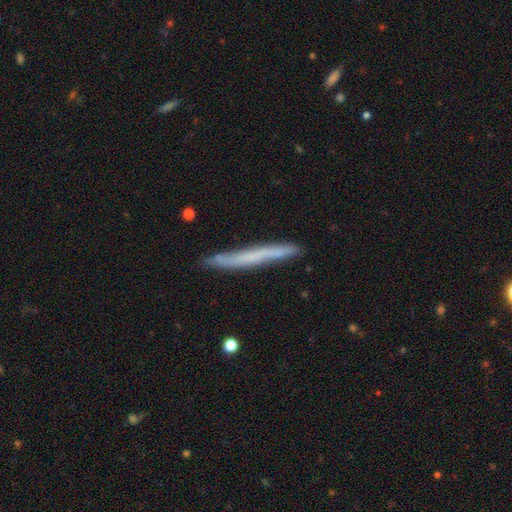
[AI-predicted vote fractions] smooth-or-featured: smooth: 51% | featured or disk: 42% | star or artifact: 7%
  how-rounded: cigar-shaped: 97% | in between: 2% | round: 1%
  merging: none: 88% | minor disturbance: 9% | major disturbance: 2% | merger: 1%